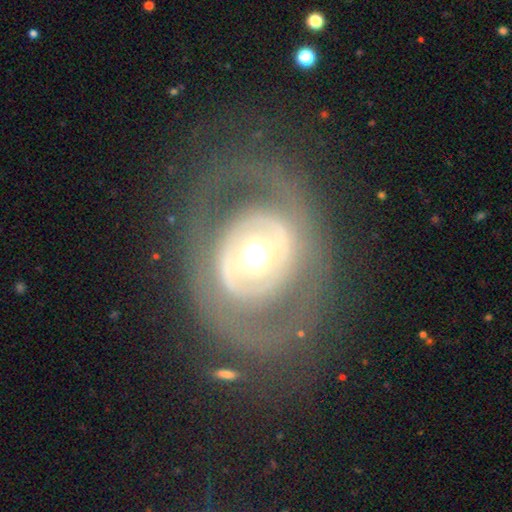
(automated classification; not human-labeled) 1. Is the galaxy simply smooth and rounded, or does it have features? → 70% featured or disk, 23% smooth, 7% star or artifact.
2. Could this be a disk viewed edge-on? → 94% no, 6% yes.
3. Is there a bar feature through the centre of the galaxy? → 69% no, 18% weak, 13% strong.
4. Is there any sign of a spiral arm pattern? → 60% no, 40% yes.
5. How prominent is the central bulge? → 51% moderate, 35% large, 7% dominant, 5% small, 1% none.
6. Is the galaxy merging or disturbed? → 71% none, 15% major disturbance, 12% minor disturbance, 2% merger.